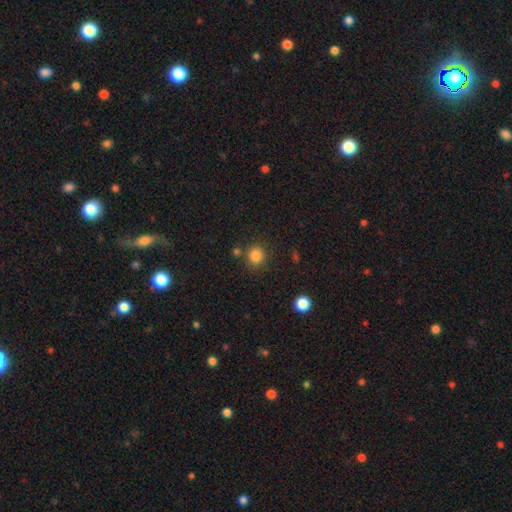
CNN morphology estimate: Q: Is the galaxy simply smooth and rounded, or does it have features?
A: smooth — 84%.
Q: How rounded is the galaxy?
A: round — 89%.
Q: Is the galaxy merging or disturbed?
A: none — 81%.